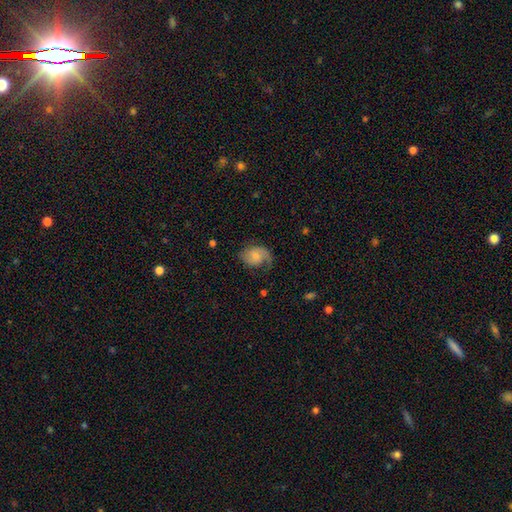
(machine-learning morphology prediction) A featured or disk galaxy (57%) with no bar (66%), spiral arms (90%) and a small central bulge (52%).

Vote fractions:
- Smooth or featured? featured or disk: 57% / smooth: 36% / star or artifact: 7%
- Edge-on disk? no: 97% / yes: 3%
- Bar? no: 66% / weak: 30% / strong: 4%
- Spiral arms? yes: 90% / no: 10%
- Bulge size? small: 52% / moderate: 32% / none: 10% / large: 4% / dominant: 1%
- Merging? none: 54% / minor disturbance: 26% / major disturbance: 19% / merger: 1%